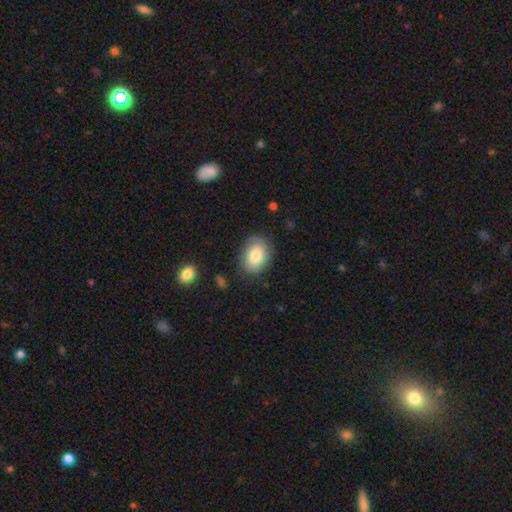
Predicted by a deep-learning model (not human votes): Smooth or featured: smooth — 80% (featured or disk — 13%)
How rounded: in between — 74% (round — 25%)
Merging: none — 80% (minor disturbance — 14%)